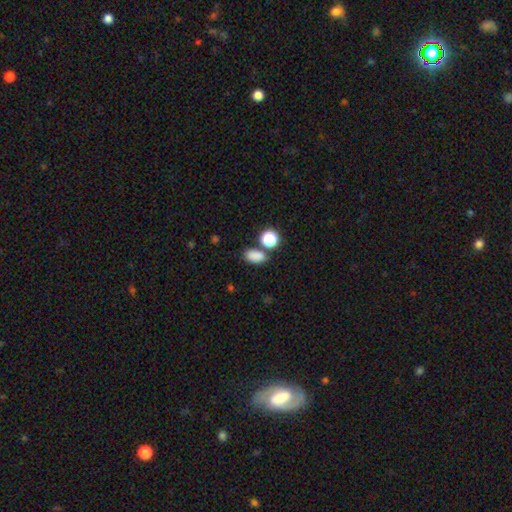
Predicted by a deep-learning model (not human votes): Overall: smooth (83%). How rounded: in between (84%). Merging: none (73%).